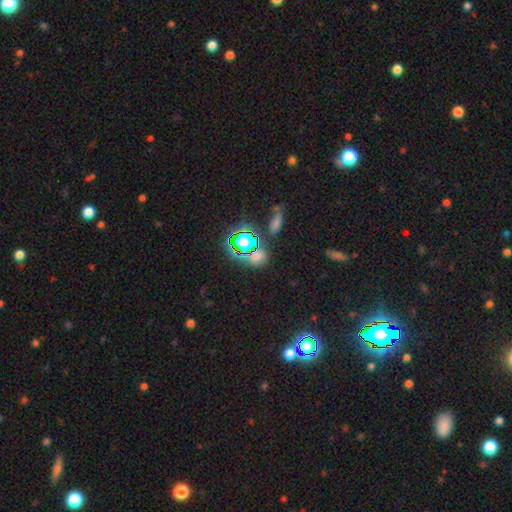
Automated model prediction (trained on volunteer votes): This is possibly a star or artifact rather than a galaxy (53%).